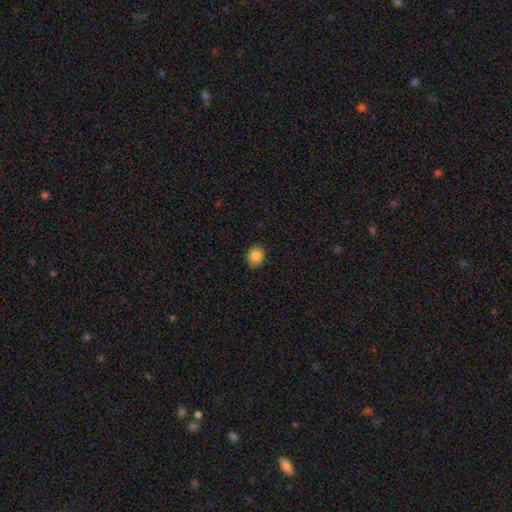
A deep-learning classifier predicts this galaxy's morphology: Q: Smooth or featured?
A: smooth (83%); runner-up: star or artifact (9%)
Q: How rounded?
A: round (65%); runner-up: in between (34%)
Q: Merging?
A: none (88%); runner-up: minor disturbance (9%)